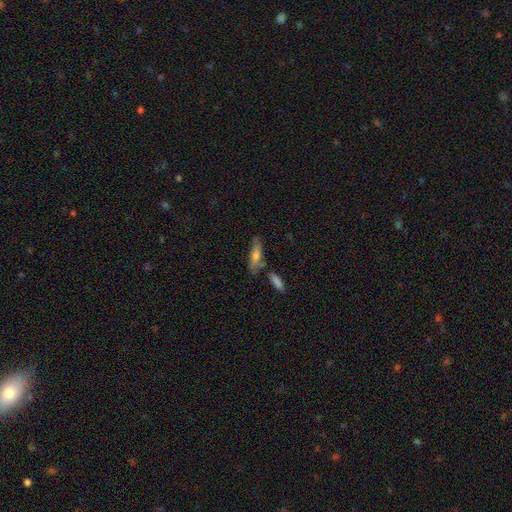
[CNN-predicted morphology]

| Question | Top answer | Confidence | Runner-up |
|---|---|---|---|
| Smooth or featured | smooth | 59% | featured or disk (33%) |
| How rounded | cigar-shaped | 59% | in between (39%) |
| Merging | none | 59% | minor disturbance (18%) |